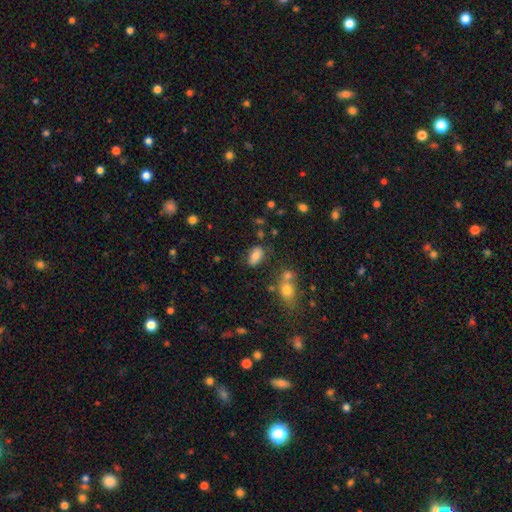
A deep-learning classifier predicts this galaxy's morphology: smooth 82%, star or artifact 10%, featured or disk 8%. Down the decision tree: how rounded — in between (90%); merging — none (70%).